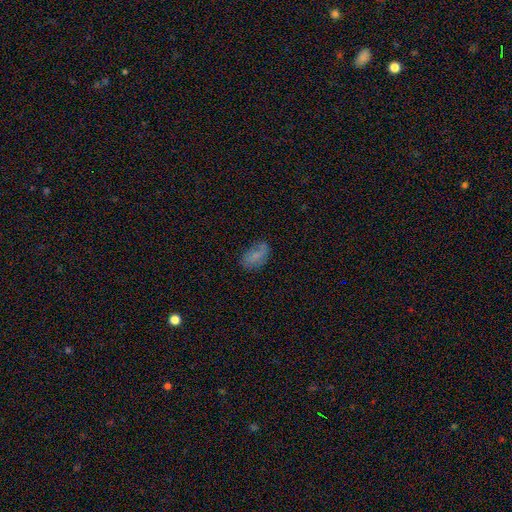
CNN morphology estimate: This appears to be a smooth galaxy with no disk features (71%) that is in between round and cigar-shaped (91%). Merging: none (67%).